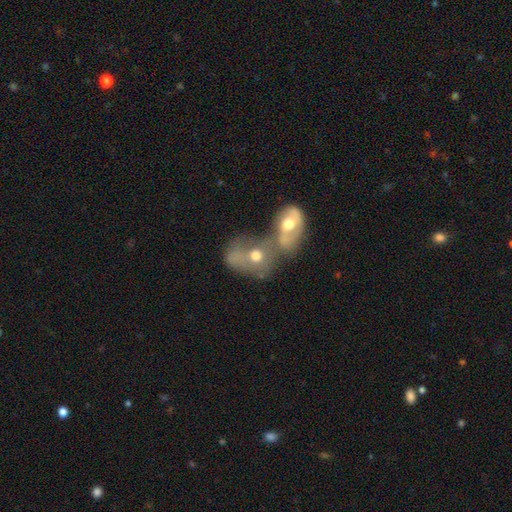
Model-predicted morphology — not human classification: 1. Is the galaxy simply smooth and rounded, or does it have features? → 49% smooth, 41% featured or disk, 10% star or artifact.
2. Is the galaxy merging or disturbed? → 74% merger, 10% none, 9% major disturbance, 7% minor disturbance.